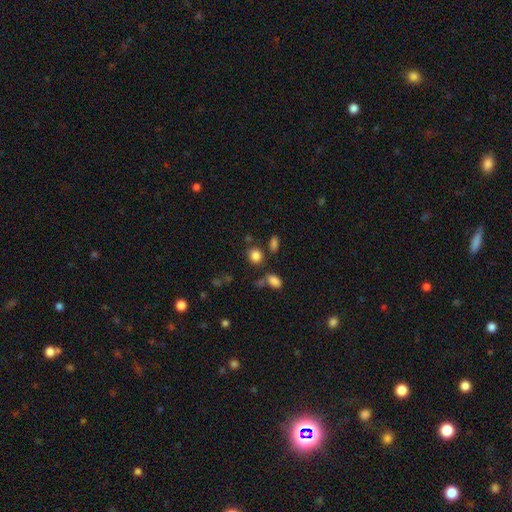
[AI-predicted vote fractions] smooth-or-featured: smooth: 83% | star or artifact: 11% | featured or disk: 6%
  how-rounded: round: 69% | in between: 30% | cigar-shaped: 1%
  merging: none: 74% | minor disturbance: 11% | merger: 10% | major disturbance: 5%